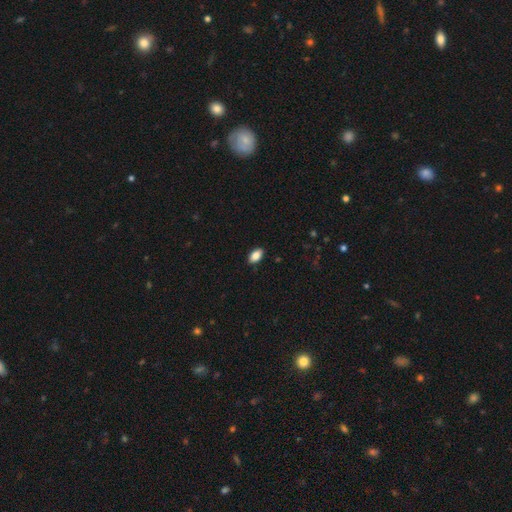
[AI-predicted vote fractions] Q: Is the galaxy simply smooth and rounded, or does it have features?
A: smooth — 86%.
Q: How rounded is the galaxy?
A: in between — 92%.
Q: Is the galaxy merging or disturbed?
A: none — 89%.